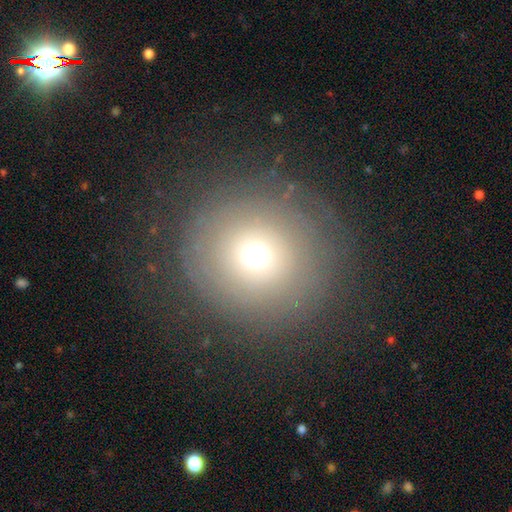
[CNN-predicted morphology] The model was most divided on "smooth or featured": smooth: 62%, featured or disk: 22%, star or artifact: 16%. More confident: how rounded — round (91%); merging — none (80%).